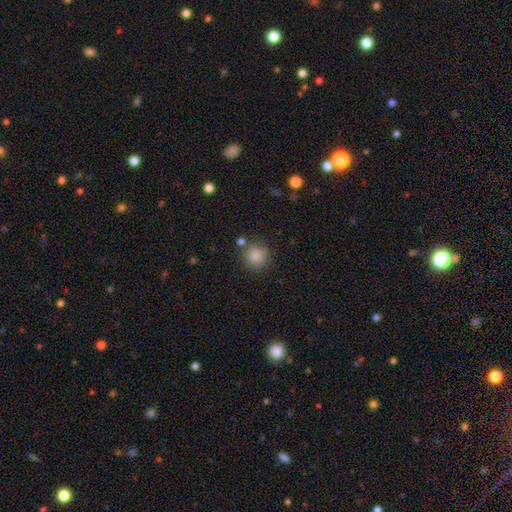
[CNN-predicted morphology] This is clearly a smooth galaxy (85%). How rounded: clearly round (92%). Merging: clearly none (80%).